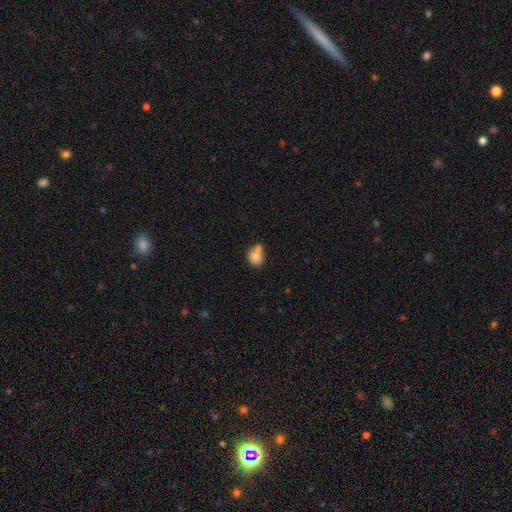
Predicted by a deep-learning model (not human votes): The model was most divided on "how rounded": round: 51%, in between: 47%, cigar-shaped: 1%. Remaining: smooth or featured — smooth (80%); merging — merger (44%).